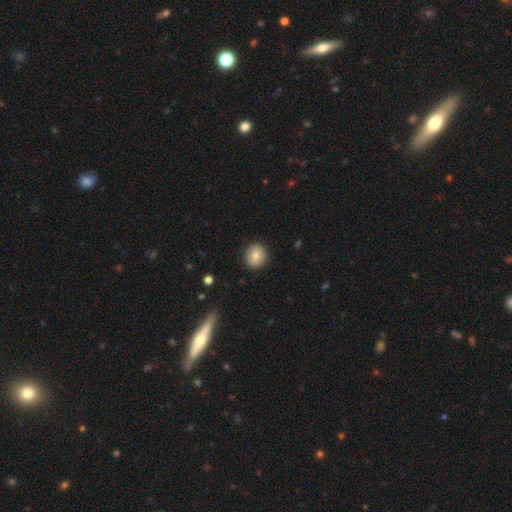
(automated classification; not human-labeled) smooth_or_featured: smooth (p=0.80) [alt: featured or disk p=0.11]
how_rounded: round (p=0.87) [alt: in between p=0.12]
merging: none (p=0.90) [alt: minor disturbance p=0.07]